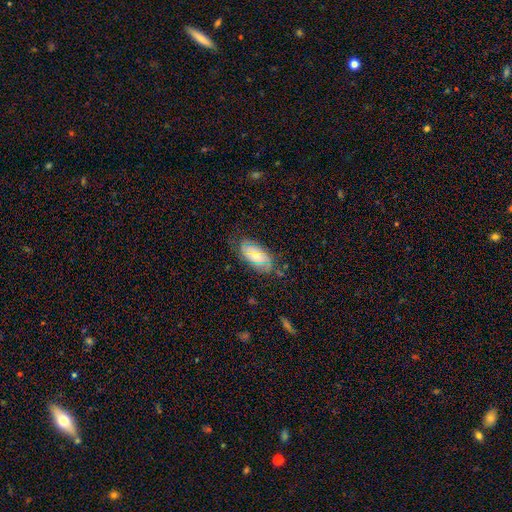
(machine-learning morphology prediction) The model was most divided on "smooth or featured": smooth: 62%, featured or disk: 27%, star or artifact: 12%. More confident: how rounded — in between (91%); merging — none (74%).